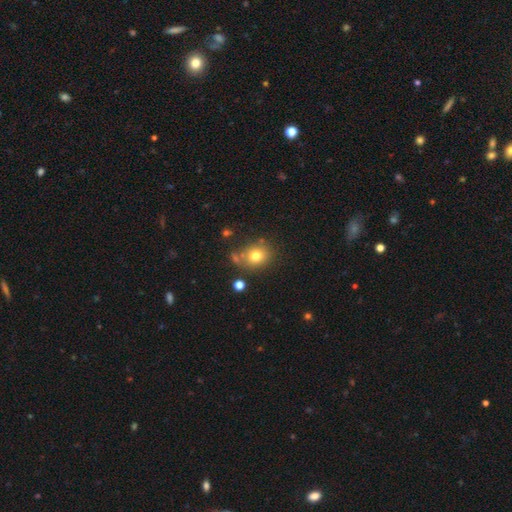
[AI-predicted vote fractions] Morphology: type=smooth (77%); roundness=round (67%); merging=none (70%).